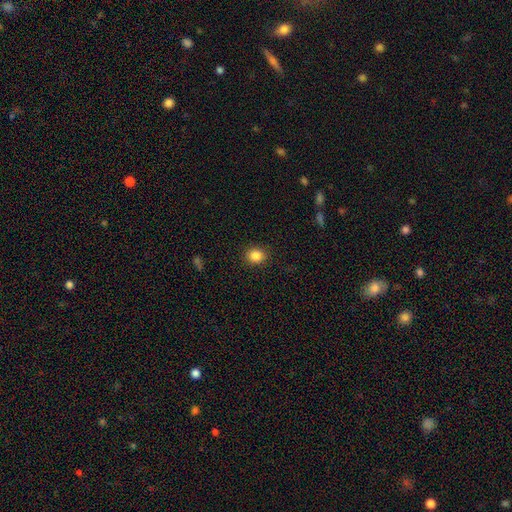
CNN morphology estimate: Smooth or featured: smooth — 86% (star or artifact — 10%)
How rounded: round — 75% (in between — 24%)
Merging: none — 90% (minor disturbance — 7%)